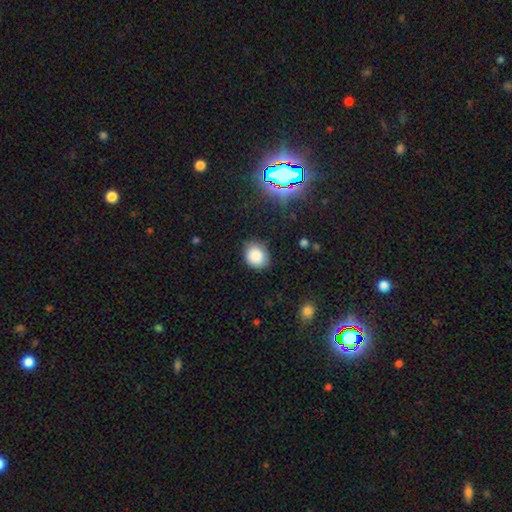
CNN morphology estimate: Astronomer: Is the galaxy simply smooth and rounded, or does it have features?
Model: smooth — 85%.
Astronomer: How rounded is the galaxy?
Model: round — 59% (runner-up: in between, 40%).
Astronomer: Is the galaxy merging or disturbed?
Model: none — 80%.